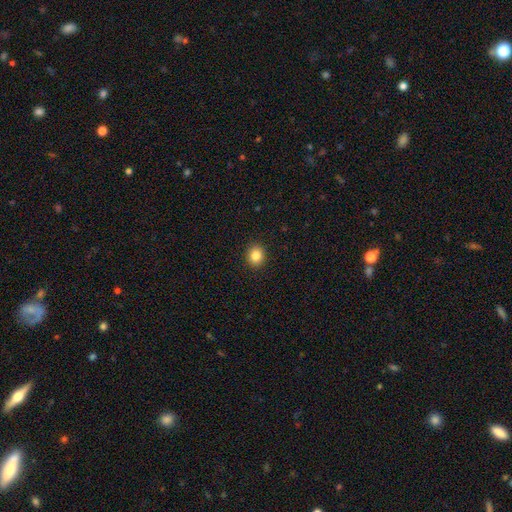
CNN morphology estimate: This appears to be a smooth galaxy with no disk features (85%) that is round (68%). Merging: none (92%).